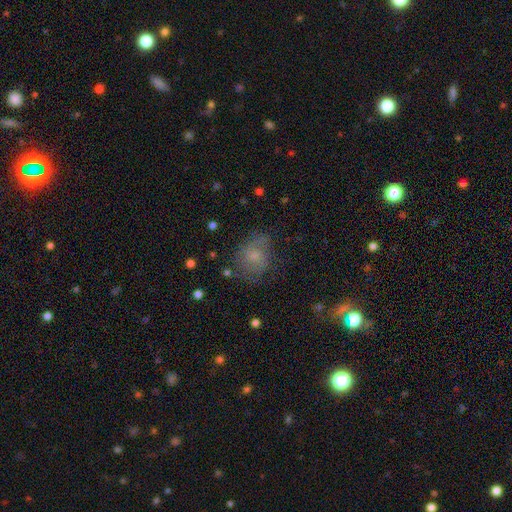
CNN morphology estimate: smooth-or-featured: smooth: 44% | featured or disk: 40% | star or artifact: 16%
  merging: none: 61% | minor disturbance: 23% | major disturbance: 14% | merger: 2%